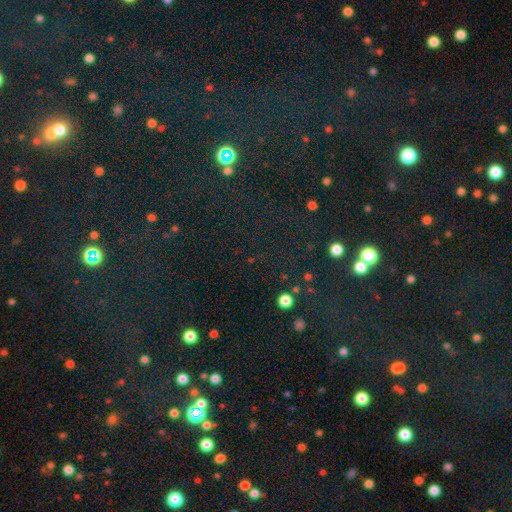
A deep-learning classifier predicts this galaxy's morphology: star or artifact 77%, smooth 15%, featured or disk 8%.